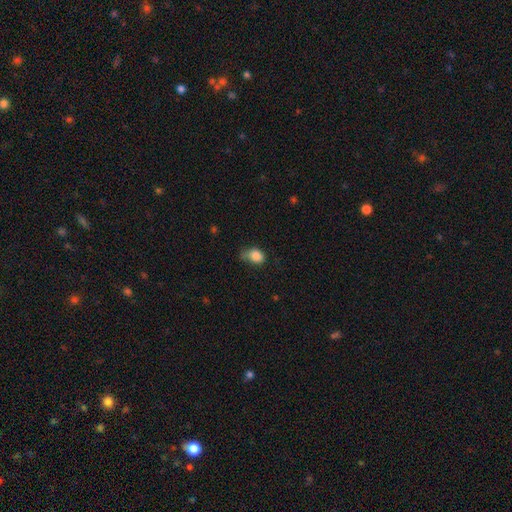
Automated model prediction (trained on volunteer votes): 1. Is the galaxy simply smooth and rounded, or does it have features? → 85% smooth, 9% star or artifact, 6% featured or disk.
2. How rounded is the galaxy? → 68% in between, 31% round, 1% cigar-shaped.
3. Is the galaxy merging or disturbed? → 42% none, 40% minor disturbance, 14% major disturbance, 4% merger.